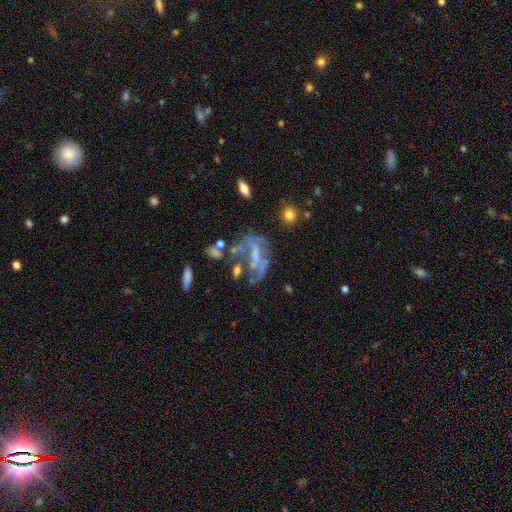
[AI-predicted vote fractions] Overall: featured or disk (68%). Edge-on disk: no (95%). Bar: no (49%; weak 33%). Spiral arms: no (61%; yes 39%). Bulge size: none (39%; small 30%). Merging: major disturbance (35%; none 32%).